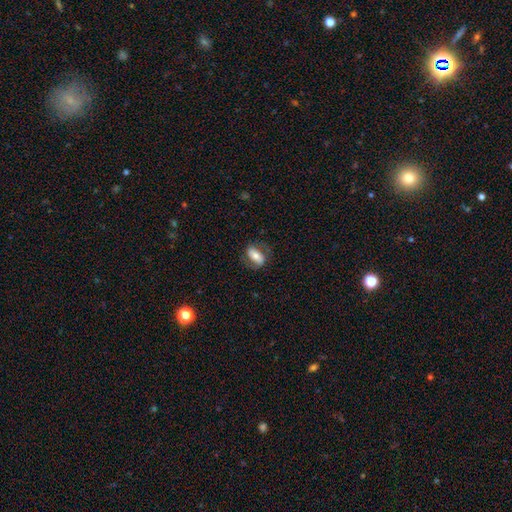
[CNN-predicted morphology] smooth-or-featured: smooth: 52% | featured or disk: 41% | star or artifact: 7%
  how-rounded: in between: 83% | cigar-shaped: 9% | round: 8%
  merging: none: 73% | minor disturbance: 17% | major disturbance: 9% | merger: 1%